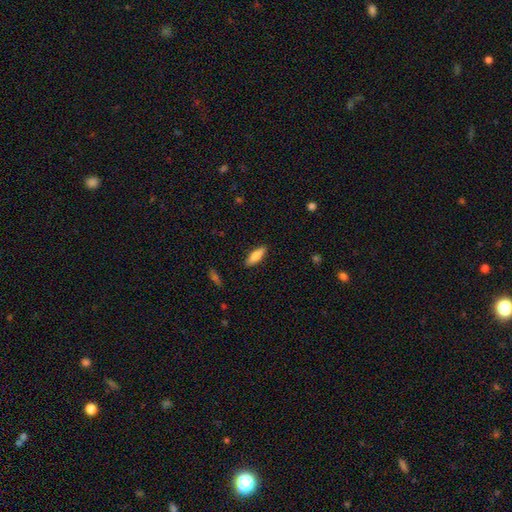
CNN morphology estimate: Overall: smooth (74%). How rounded: cigar-shaped (50%; in between 48%). Merging: none (89%).